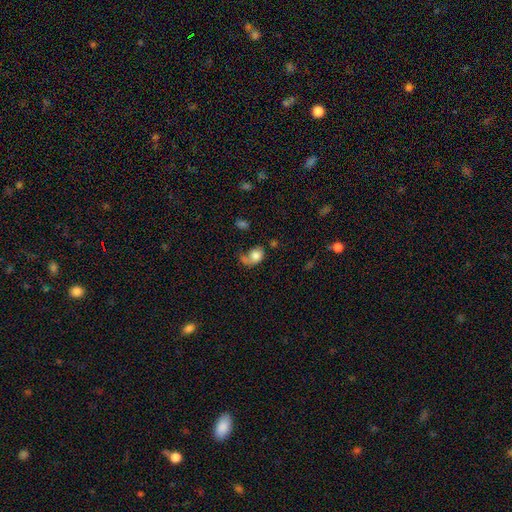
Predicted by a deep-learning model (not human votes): Morphology: type=smooth (70%); roundness=in between (56%); merging=major disturbance (35%).